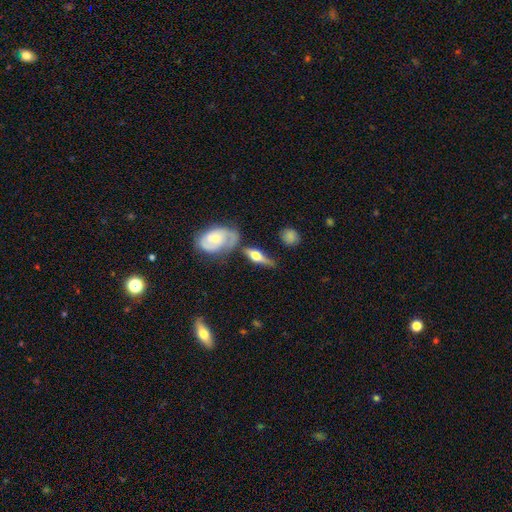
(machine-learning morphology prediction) smooth-or-featured: featured or disk: 63% | smooth: 31% | star or artifact: 6%
  disk-edge-on: yes: 82% | no: 18%
    edge-on-bulge: rounded: 94% | boxy: 4% | none: 2%
  merging: none: 52% | merger: 19% | minor disturbance: 19% | major disturbance: 9%